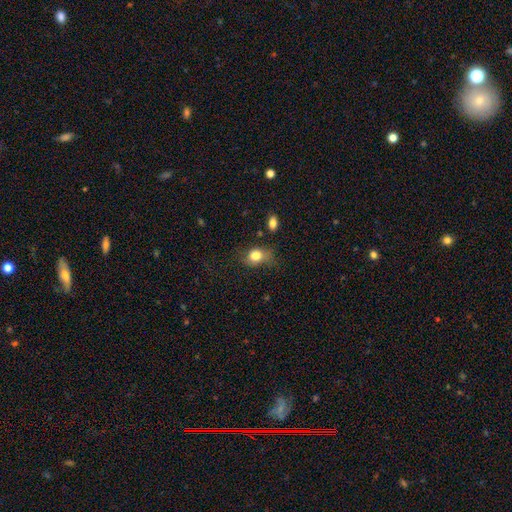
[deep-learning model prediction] The model was most divided on "merging": none: 46%, minor disturbance: 33%, major disturbance: 18%, merger: 3%. More confident: smooth or featured — smooth (81%); how rounded — in between (62%).